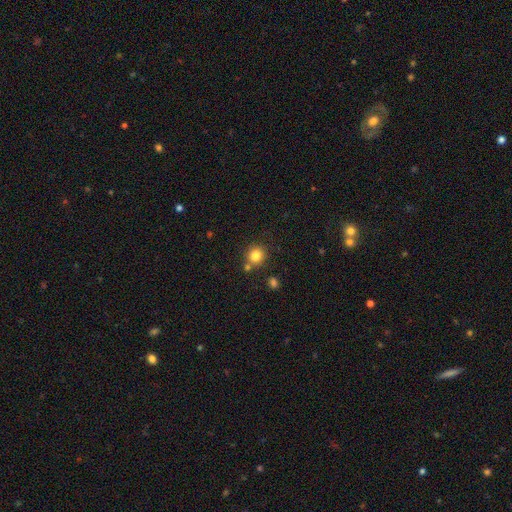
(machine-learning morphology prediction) Q: Smooth or featured?
A: smooth (82%); runner-up: star or artifact (12%)
Q: How rounded?
A: round (91%); runner-up: in between (8%)
Q: Merging?
A: none (77%); runner-up: merger (11%)